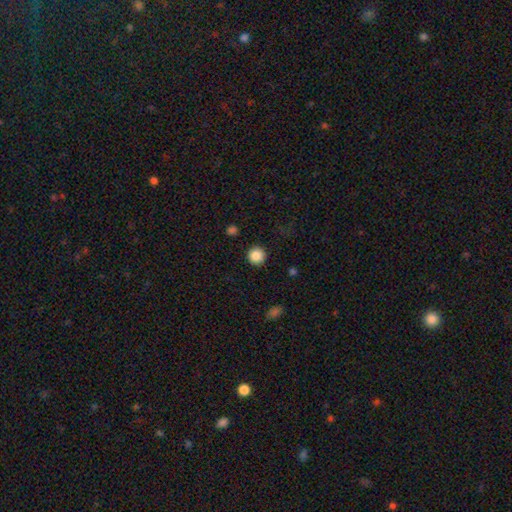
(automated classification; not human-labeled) Smooth or featured? smooth (87%)
How rounded? round (95%)
Merging? none (92%)